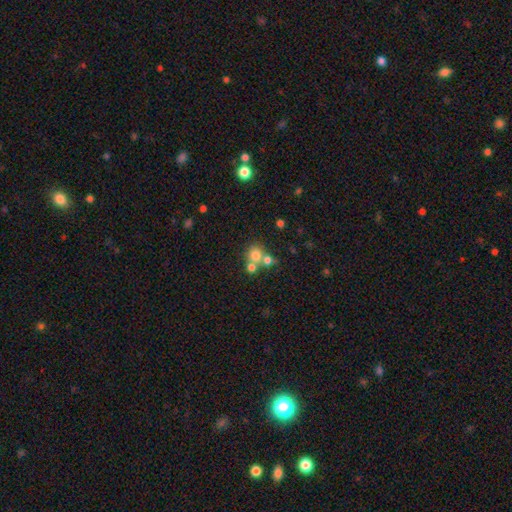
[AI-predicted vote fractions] A smooth galaxy with no disk features (72%) that is round (84%). Merging: none (46%).